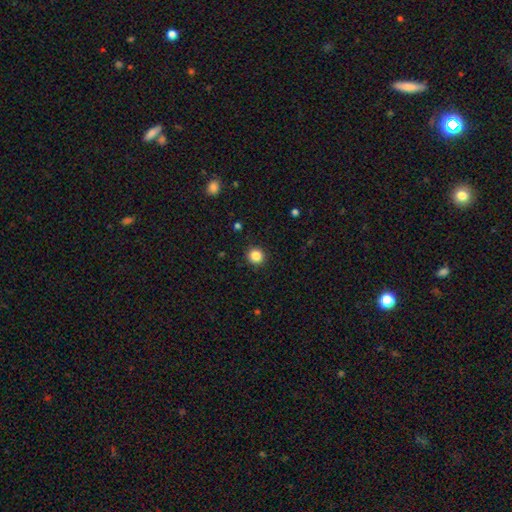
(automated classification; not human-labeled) A smooth galaxy with no disk features (85%) that is round (92%). Merging: none (92%).